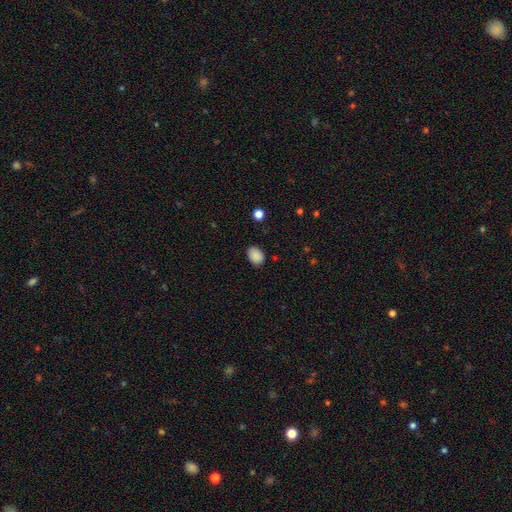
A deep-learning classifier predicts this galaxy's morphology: A smooth galaxy with no disk features (88%) that is in between round and cigar-shaped (73%). Merging: none (84%).